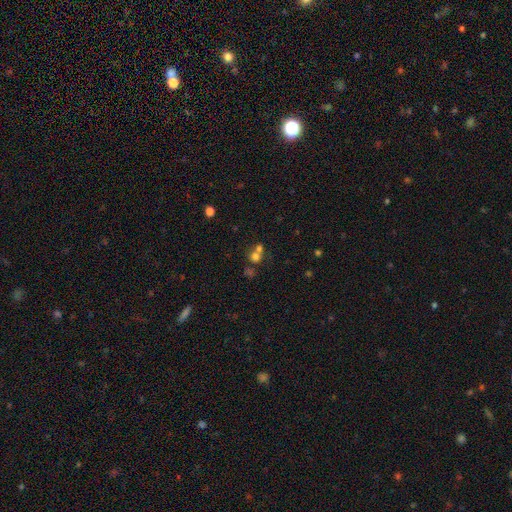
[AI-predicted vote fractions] This is likely a smooth galaxy (64%). How rounded: clearly round (83%). Merging: possibly merger (51%).